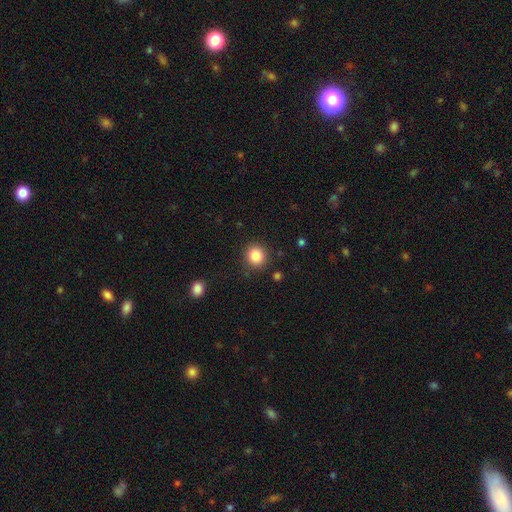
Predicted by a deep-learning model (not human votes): Smooth or featured?
  - smooth: 86% *
  - star or artifact: 10%
  - featured or disk: 4%
How rounded?
  - round: 89% *
  - in between: 10%
  - cigar-shaped: 1%
Merging?
  - none: 89% *
  - minor disturbance: 7%
  - major disturbance: 3%
  - merger: 2%